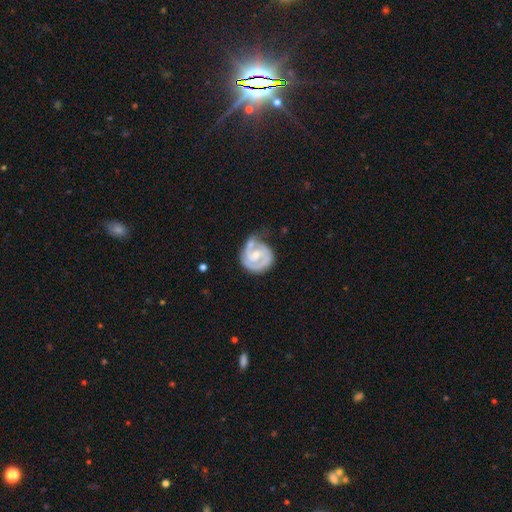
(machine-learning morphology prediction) The model was most divided on "bulge size": small: 46%, moderate: 43%, none: 7%, large: 3%, dominant: 1%. Remaining: edge-on disk — no (98%); spiral arms — yes (93%); smooth or featured — featured or disk (81%); spiral winding — tight (61%); spiral arm count — 2 (59%); merging — none (50%); bar — weak (45%).